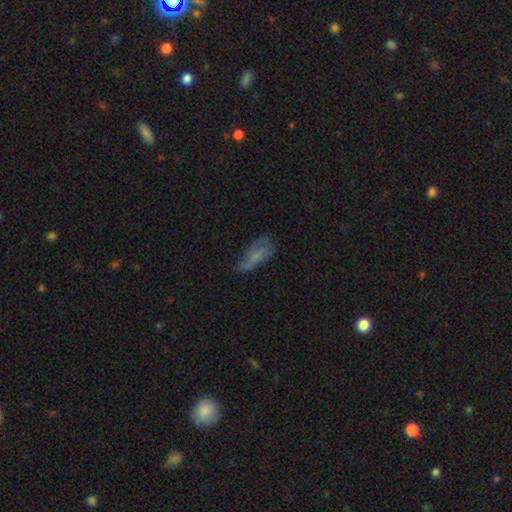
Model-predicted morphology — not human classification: smooth_or_featured: smooth (p=0.61) [alt: featured or disk p=0.28]
how_rounded: in between (p=0.64) [alt: cigar-shaped p=0.33]
merging: none (p=0.44) [alt: minor disturbance p=0.32]